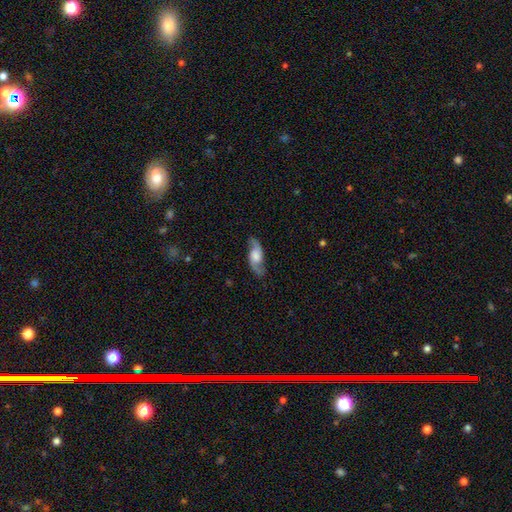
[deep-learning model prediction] smooth-or-featured: featured or disk: 75% | smooth: 18% | star or artifact: 6%
  disk-edge-on: no: 91% | yes: 9%
    bar: no: 56% | weak: 35% | strong: 9%
    has-spiral-arms: yes: 94% | no: 6%
      spiral-winding: loose: 56% | medium: 35% | tight: 9%
      spiral-arm-count: 2: 92% | can't tell: 3% | 1: 2% | 3: 1% | 4: 1% | more than 4: 1%
    bulge-size: large: 38% | moderate: 30% | none: 14% | small: 13% | dominant: 5%
  merging: none: 81% | minor disturbance: 13% | major disturbance: 5% | merger: 1%